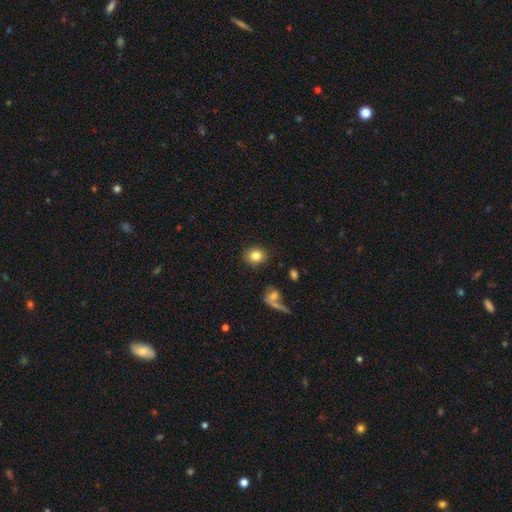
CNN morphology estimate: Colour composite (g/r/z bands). It shows a smooth galaxy with no disk features (82%) that is round (71%). Merging: none (87%).